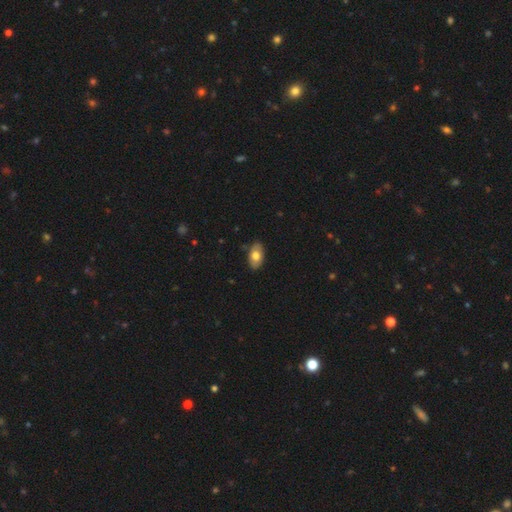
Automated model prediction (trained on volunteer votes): smooth-or-featured: smooth: 74% | featured or disk: 20% | star or artifact: 7%
  how-rounded: in between: 93% | round: 6% | cigar-shaped: 2%
  merging: none: 85% | minor disturbance: 12% | major disturbance: 2% | merger: 1%